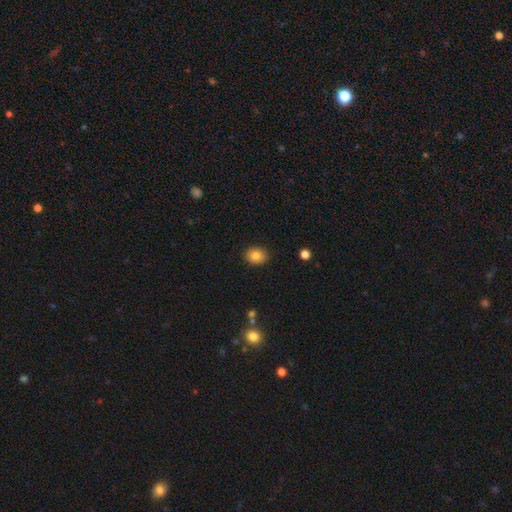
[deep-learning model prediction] A smooth galaxy with no disk features (84%) that is in between round and cigar-shaped (56%).

Vote fractions:
- Smooth or featured? smooth: 84% / star or artifact: 10% / featured or disk: 7%
- How rounded? in between: 56% / round: 43% / cigar-shaped: 1%
- Merging? none: 88% / minor disturbance: 9% / major disturbance: 2% / merger: 1%